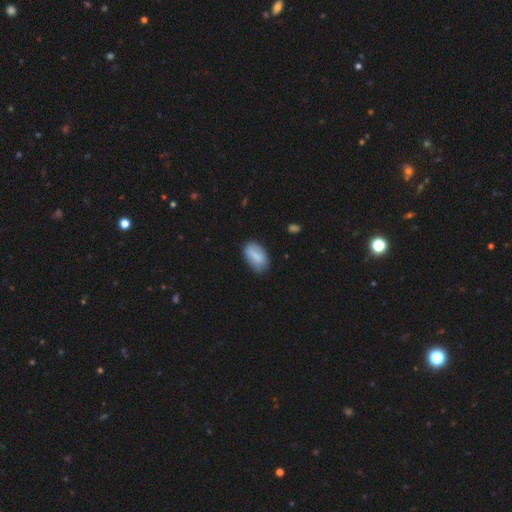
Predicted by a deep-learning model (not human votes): smooth 76%, featured or disk 17%, star or artifact 7%. Down the decision tree: how rounded — in between (93%); merging — none (70%).